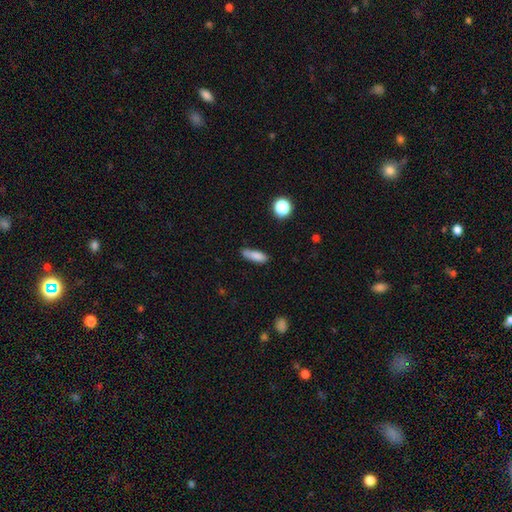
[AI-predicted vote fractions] The model was most divided on "how rounded": in between: 53%, cigar-shaped: 44%, round: 3%. More confident: smooth or featured — smooth (81%); merging — none (63%).